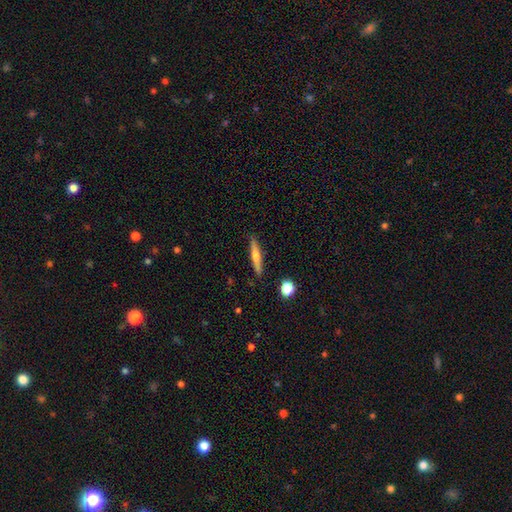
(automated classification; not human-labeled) Smooth or featured?
  - smooth: 54% *
  - featured or disk: 39%
  - star or artifact: 7%
How rounded?
  - cigar-shaped: 89% *
  - in between: 8%
  - round: 2%
Merging?
  - none: 88% *
  - minor disturbance: 8%
  - merger: 2%
  - major disturbance: 2%